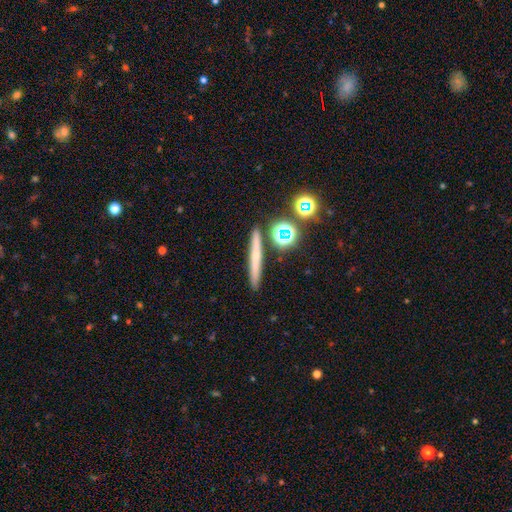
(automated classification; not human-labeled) This is possibly a smooth galaxy (46%). Merging: clearly none (86%).